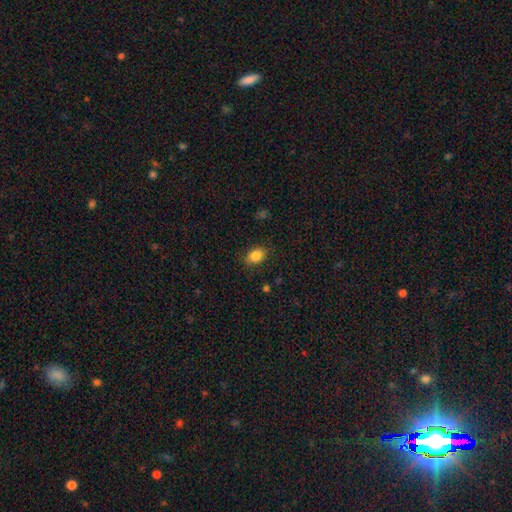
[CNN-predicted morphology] Smooth or featured?
  - smooth: 85% *
  - star or artifact: 9%
  - featured or disk: 6%
How rounded?
  - in between: 77% *
  - round: 22%
  - cigar-shaped: 1%
Merging?
  - none: 86% *
  - minor disturbance: 10%
  - major disturbance: 3%
  - merger: 1%